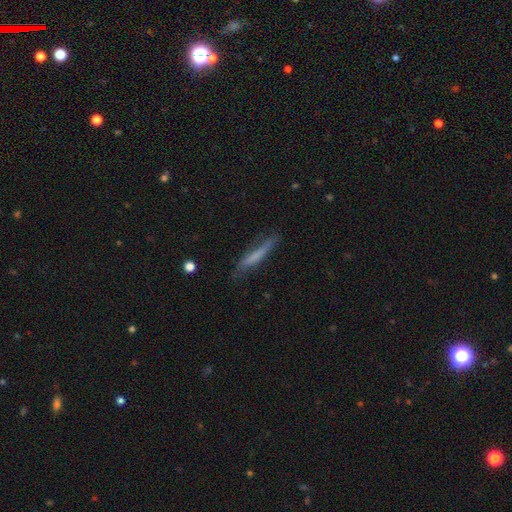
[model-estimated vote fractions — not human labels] smooth 60%, featured or disk 33%, star or artifact 7%. Down the decision tree: how rounded — cigar-shaped (93%); merging — none (67%).